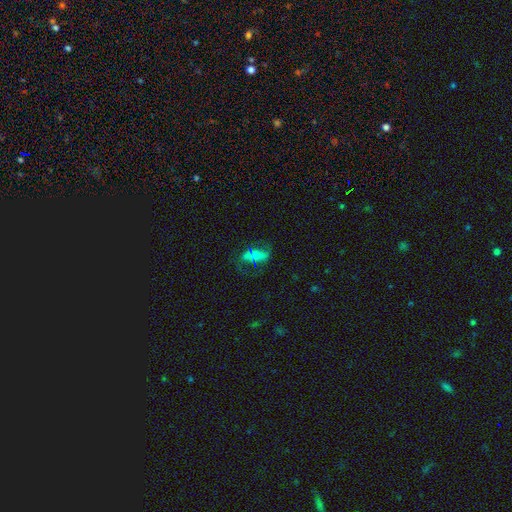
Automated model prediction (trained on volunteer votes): The model was most divided on "merging": none: 37%, major disturbance: 33%, minor disturbance: 21%, merger: 8%. Remaining: smooth or featured — smooth (44%).